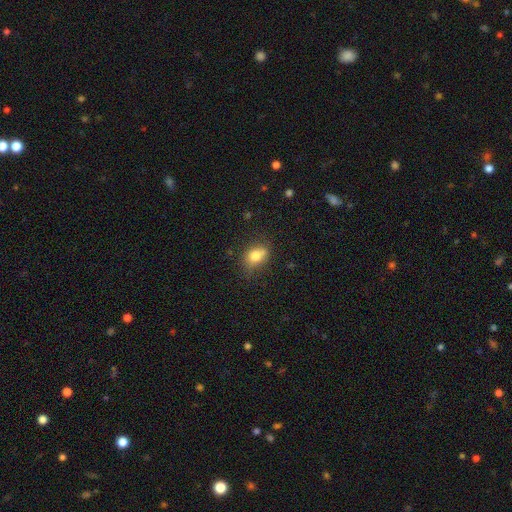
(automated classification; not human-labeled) Smooth or featured? smooth (77%)
How rounded? in between (54%)
Merging? none (56%)